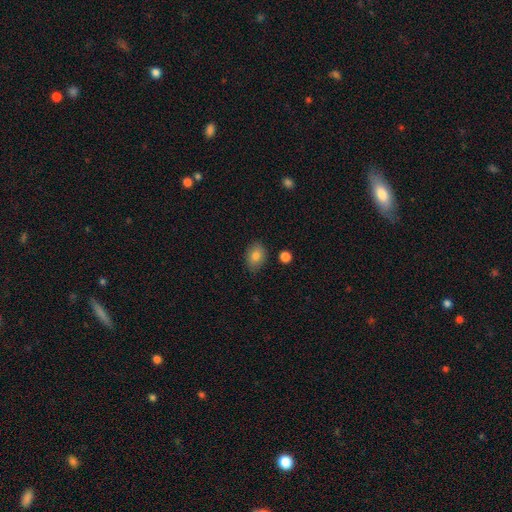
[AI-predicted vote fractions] This appears to be a smooth galaxy with no disk features (83%) that is in between round and cigar-shaped (76%). Merging: none (82%).